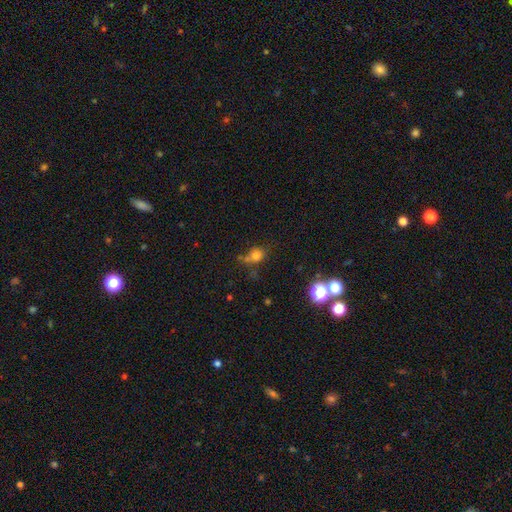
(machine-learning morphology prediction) Smooth or featured: smooth — 72% (star or artifact — 19%)
How rounded: round — 68% (in between — 30%)
Merging: none — 54% (minor disturbance — 20%)